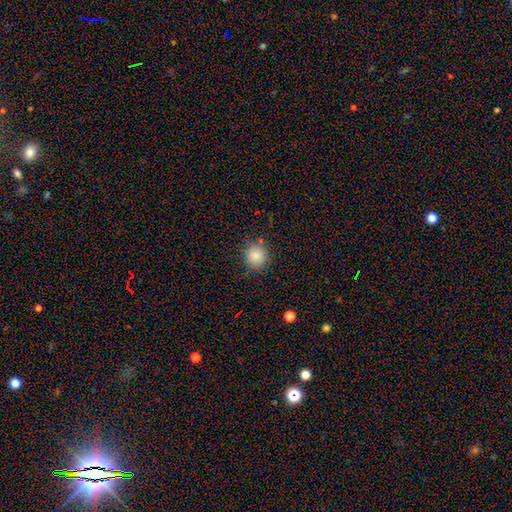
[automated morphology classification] Overall: smooth (85%). How rounded: round (88%). Merging: none (84%).